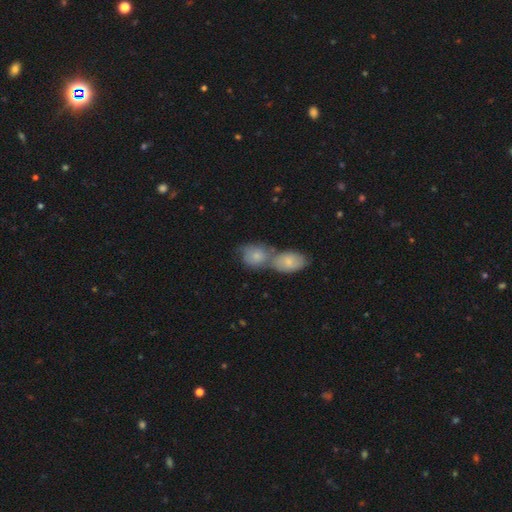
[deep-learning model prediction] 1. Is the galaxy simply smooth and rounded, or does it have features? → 74% smooth, 18% featured or disk, 8% star or artifact.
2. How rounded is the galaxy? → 51% in between, 47% round, 2% cigar-shaped.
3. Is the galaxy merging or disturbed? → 66% merger, 21% none, 9% minor disturbance, 4% major disturbance.